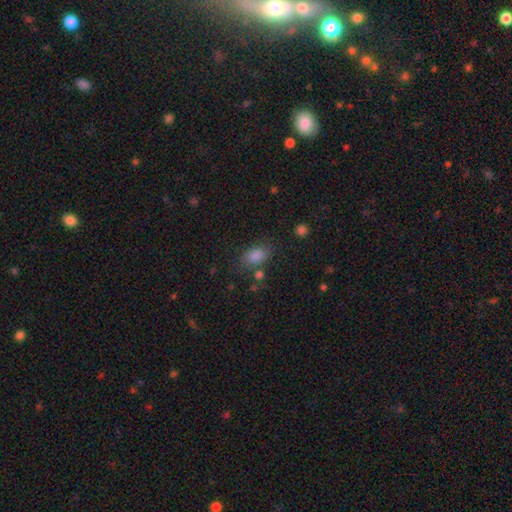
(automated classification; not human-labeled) smooth_or_featured: smooth (p=0.81) [alt: star or artifact p=0.12]
how_rounded: in between (p=0.83) [alt: round p=0.15]
merging: none (p=0.72) [alt: minor disturbance p=0.16]